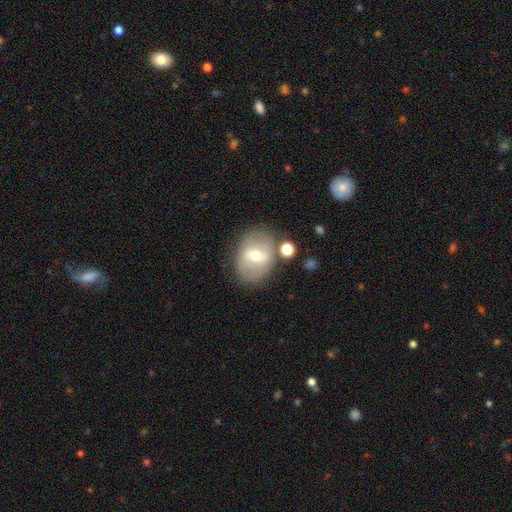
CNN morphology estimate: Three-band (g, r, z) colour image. It shows a featured or disk galaxy (50%). Merging: none (73%).